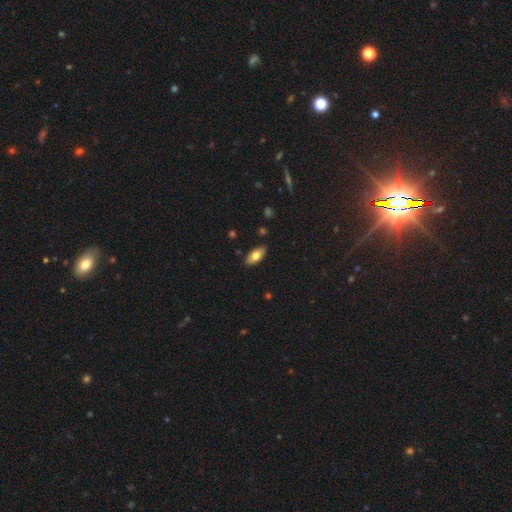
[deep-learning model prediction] Smooth or featured?
  - smooth: 76% *
  - featured or disk: 17%
  - star or artifact: 7%
How rounded?
  - in between: 89% *
  - cigar-shaped: 9%
  - round: 2%
Merging?
  - none: 87% *
  - minor disturbance: 10%
  - major disturbance: 2%
  - merger: 1%